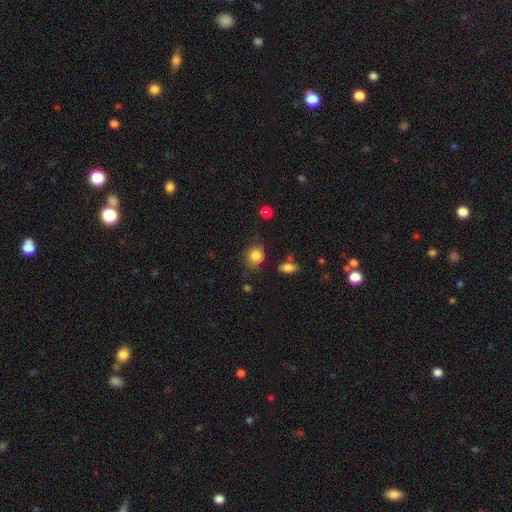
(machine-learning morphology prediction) Overall: smooth (84%). How rounded: round (65%; in between 34%). Merging: none (73%).